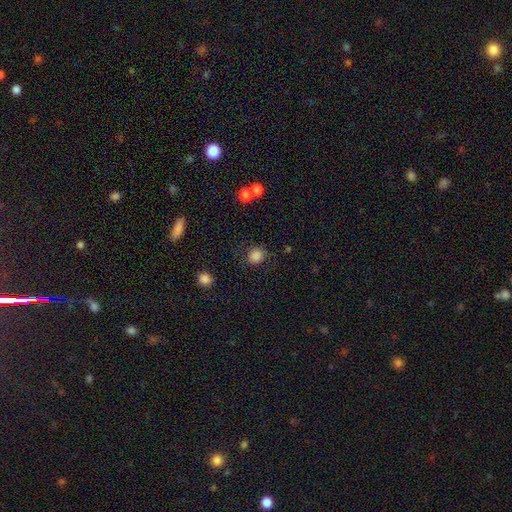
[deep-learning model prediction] Q: Smooth or featured?
A: smooth (84%); runner-up: star or artifact (12%)
Q: How rounded?
A: round (82%); runner-up: in between (17%)
Q: Merging?
A: none (83%); runner-up: minor disturbance (10%)